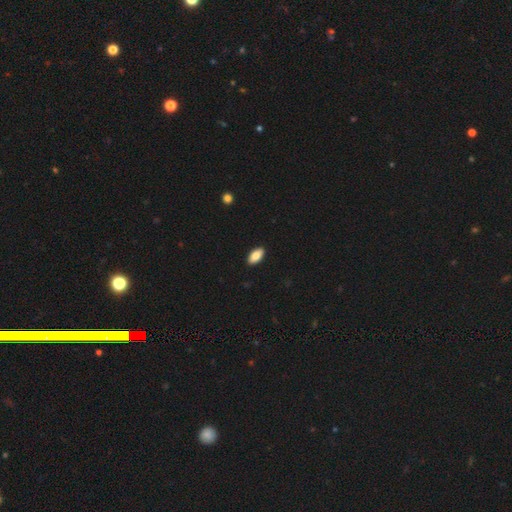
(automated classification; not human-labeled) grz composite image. It shows a smooth galaxy with no disk features (84%) that is in between round and cigar-shaped (93%). Merging: none (91%).